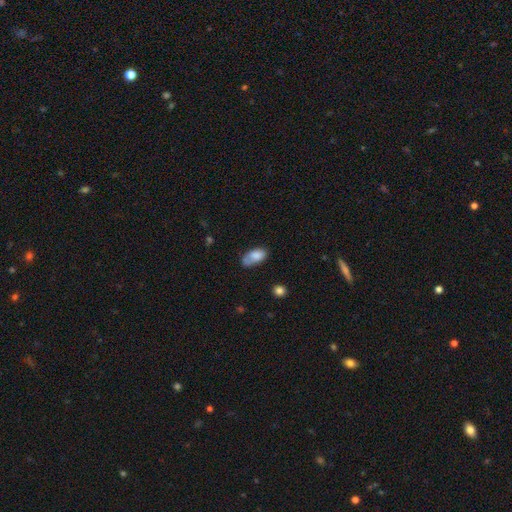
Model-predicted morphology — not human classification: Q: Smooth or featured?
A: smooth (79%); runner-up: featured or disk (13%)
Q: How rounded?
A: in between (91%); runner-up: round (4%)
Q: Merging?
A: none (43%); runner-up: minor disturbance (31%)